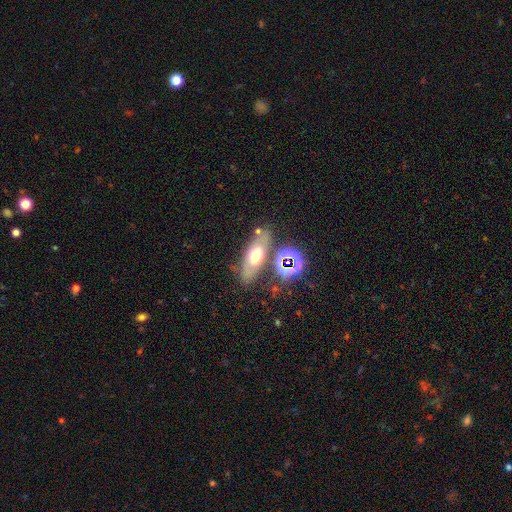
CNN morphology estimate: type=smooth (50%); merging=none (72%).